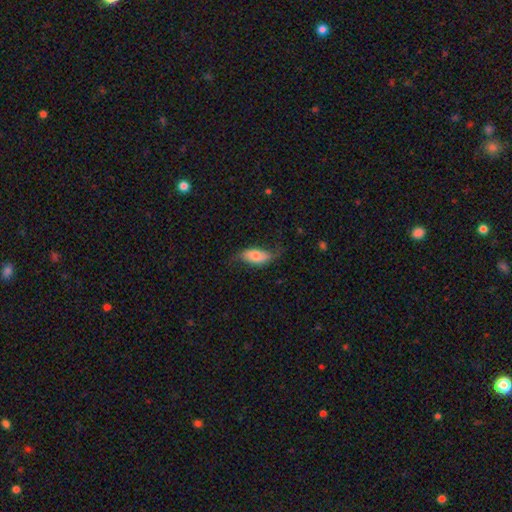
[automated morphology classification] This appears to be a smooth galaxy with no disk features (53%) that is in between round and cigar-shaped (86%). Merging: none (57%).